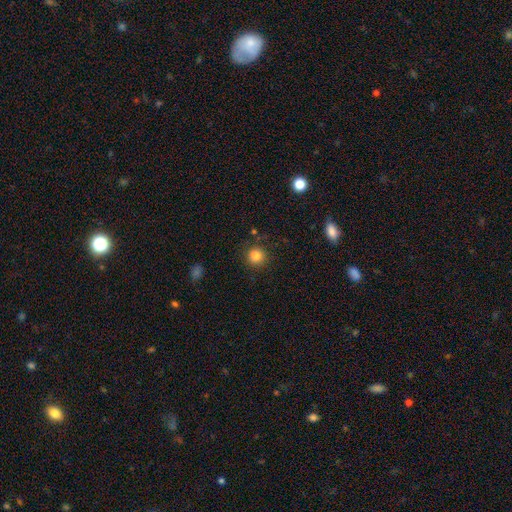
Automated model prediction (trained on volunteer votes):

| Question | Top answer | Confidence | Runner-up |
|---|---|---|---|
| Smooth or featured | smooth | 83% | star or artifact (12%) |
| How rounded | round | 91% | in between (8%) |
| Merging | none | 86% | minor disturbance (9%) |